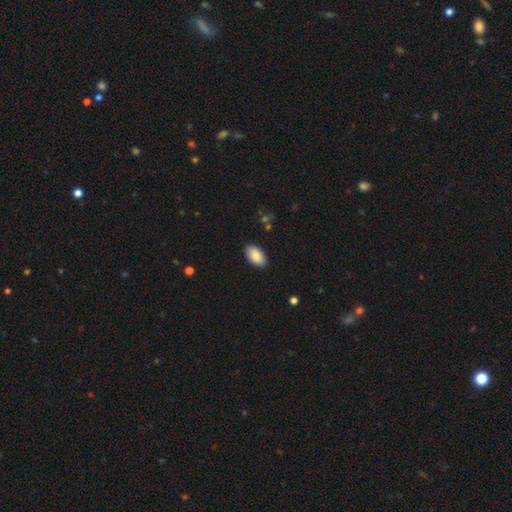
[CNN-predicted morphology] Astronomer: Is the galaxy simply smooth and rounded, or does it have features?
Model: smooth — 86%.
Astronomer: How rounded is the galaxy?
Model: in between — 95%.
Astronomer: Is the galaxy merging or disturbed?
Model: none — 89%.